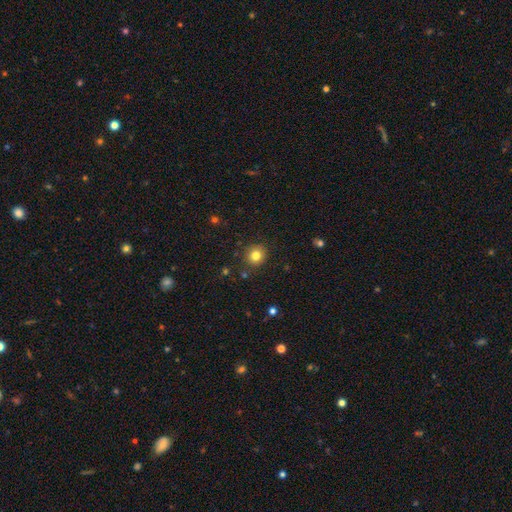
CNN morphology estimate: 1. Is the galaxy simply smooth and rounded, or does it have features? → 81% smooth, 12% star or artifact, 7% featured or disk.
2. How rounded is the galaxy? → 85% round, 14% in between, 1% cigar-shaped.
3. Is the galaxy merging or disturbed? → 88% none, 8% minor disturbance, 2% major disturbance, 2% merger.